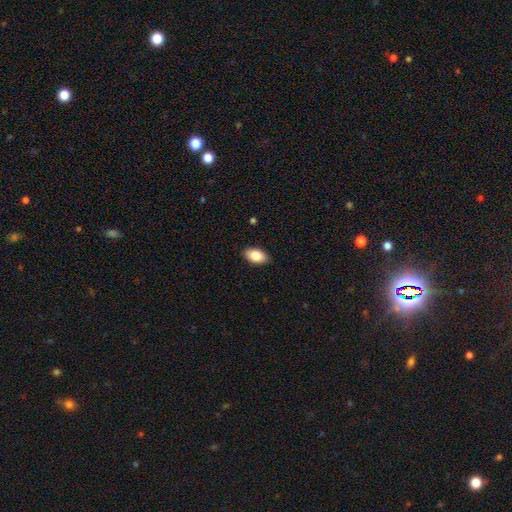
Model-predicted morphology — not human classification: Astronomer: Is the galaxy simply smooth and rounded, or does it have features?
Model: smooth — 84%.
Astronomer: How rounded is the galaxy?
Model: in between — 93%.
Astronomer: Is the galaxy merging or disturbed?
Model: none — 88%.